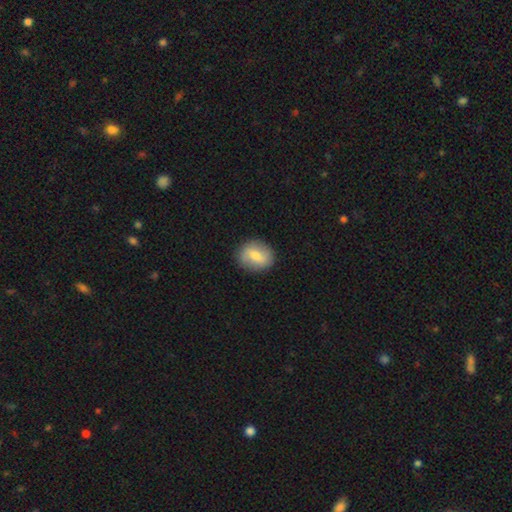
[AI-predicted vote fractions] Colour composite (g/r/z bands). It shows a smooth galaxy with no disk features (64%) that is round (60%). Merging: none (88%).